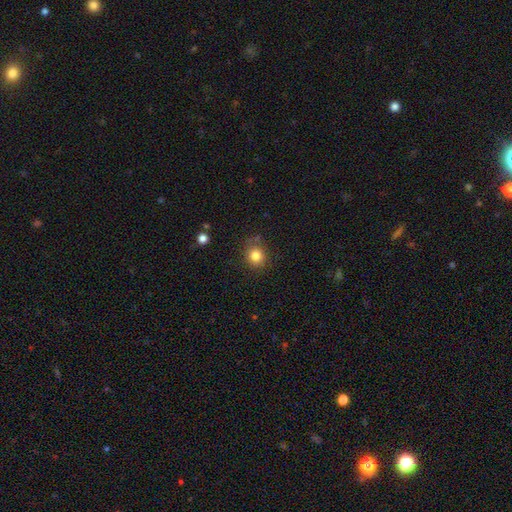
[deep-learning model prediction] smooth 83%, star or artifact 11%, featured or disk 6%. Down the decision tree: how rounded — round (84%); merging — none (79%).